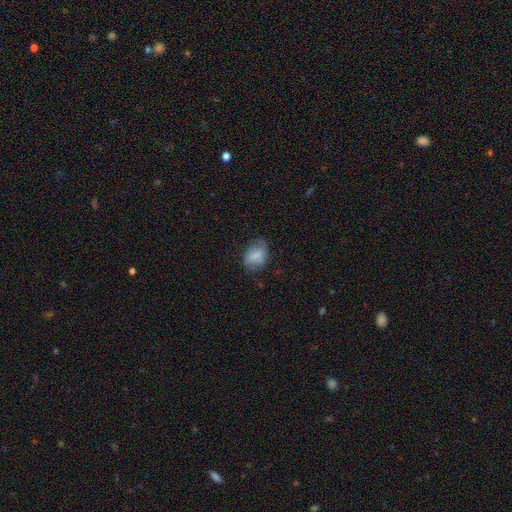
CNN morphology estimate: Smooth or featured? Predicted: smooth (p=0.76). How rounded? Predicted: in between (p=0.75). Merging? Predicted: none (p=0.61).